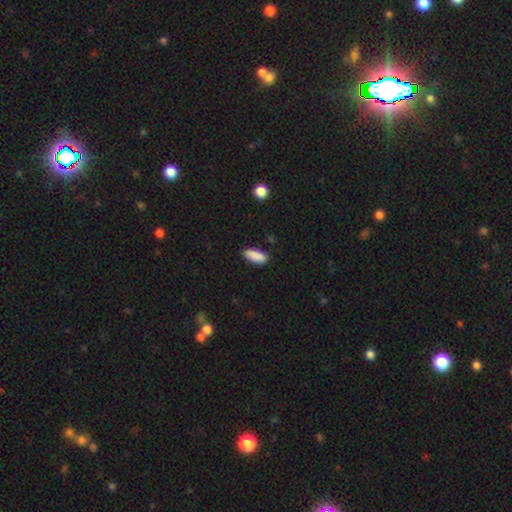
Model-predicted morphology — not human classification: Q: Smooth or featured?
A: smooth (89%); runner-up: star or artifact (7%)
Q: How rounded?
A: in between (81%); runner-up: cigar-shaped (17%)
Q: Merging?
A: none (84%); runner-up: minor disturbance (13%)